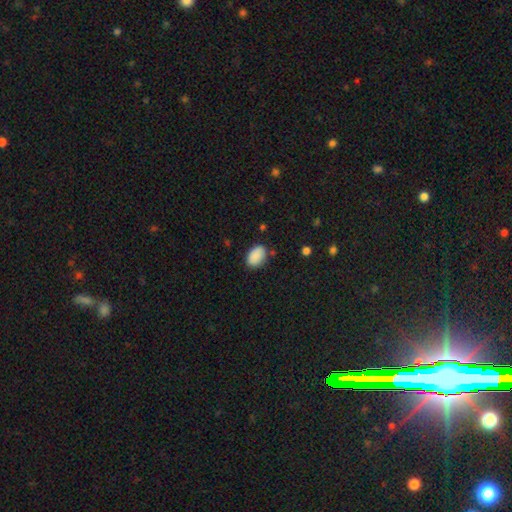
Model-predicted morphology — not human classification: smooth_or_featured: smooth (p=0.90) [alt: star or artifact p=0.07]
how_rounded: in between (p=0.87) [alt: round p=0.12]
merging: none (p=0.81) [alt: minor disturbance p=0.14]